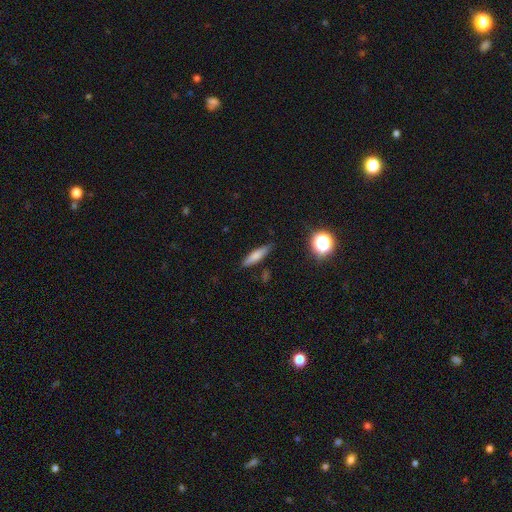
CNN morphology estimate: type=smooth (70%); roundness=cigar-shaped (76%); merging=none (85%).